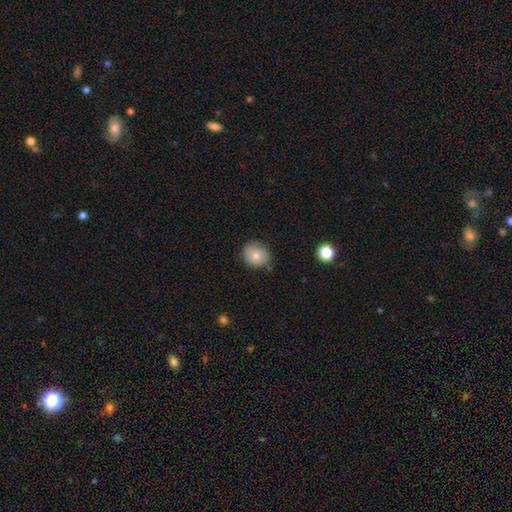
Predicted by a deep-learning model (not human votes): Morphology: type=smooth (73%); roundness=round (76%); merging=none (73%).